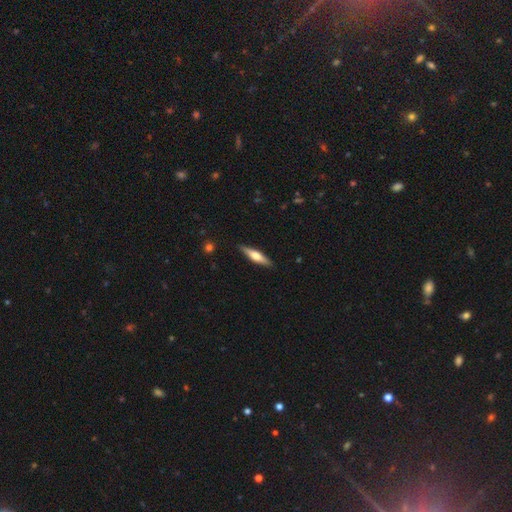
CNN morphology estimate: type=featured or disk (49%); merging=none (89%).